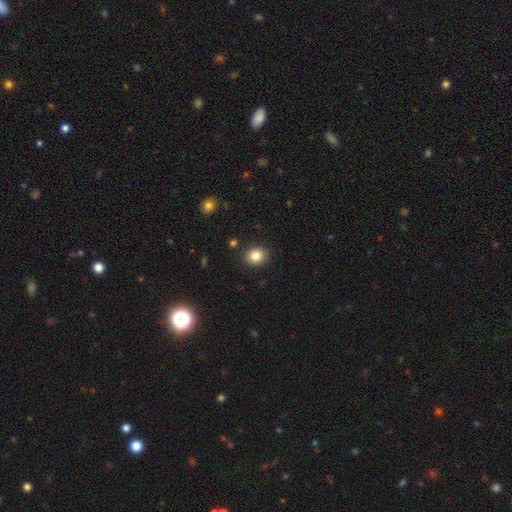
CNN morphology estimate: This is clearly a smooth galaxy (84%). How rounded: likely round (62%). Merging: clearly none (90%).